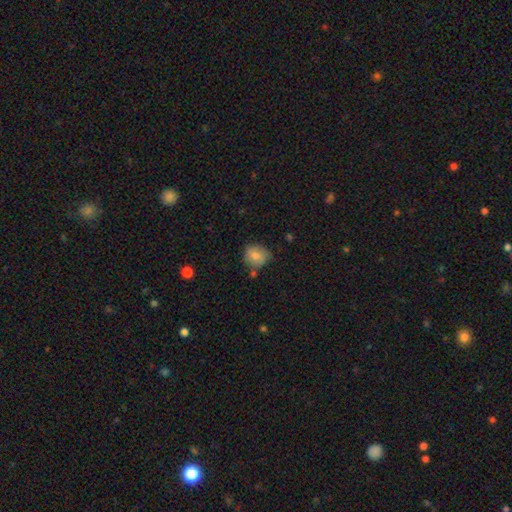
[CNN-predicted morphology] type=smooth (77%); roundness=round (75%); merging=none (66%).